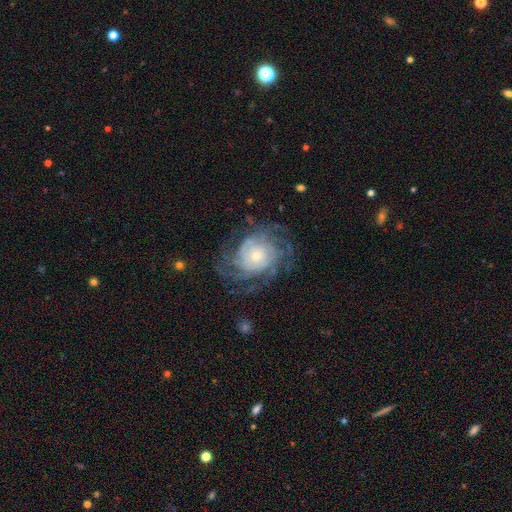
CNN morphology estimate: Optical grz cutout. It shows a featured or disk galaxy (82%) with no bar (80%), tight (62%) spiral arms (94%) and a small central bulge (60%). Merging: none (68%).